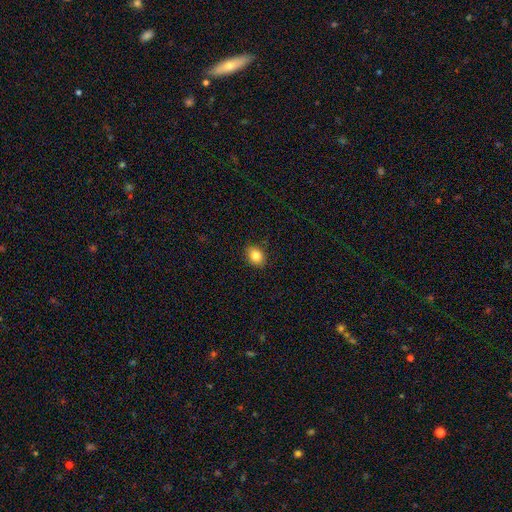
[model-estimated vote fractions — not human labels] Smooth or featured? smooth (85%)
How rounded? in between (64%)
Merging? none (87%)